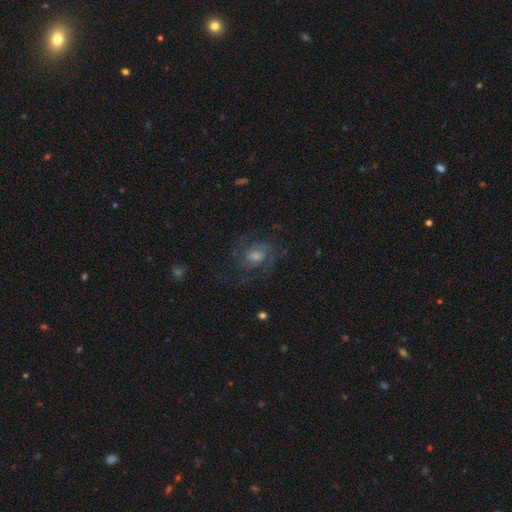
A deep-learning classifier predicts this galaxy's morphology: featured or disk 75%, smooth 13%, star or artifact 12%. Down the decision tree: edge-on disk — no (97%); bar — no (53%); spiral arms — yes (95%); spiral arm count — 2 (68%); spiral winding — medium (49%); bulge size — moderate (51%); merging — none (75%).